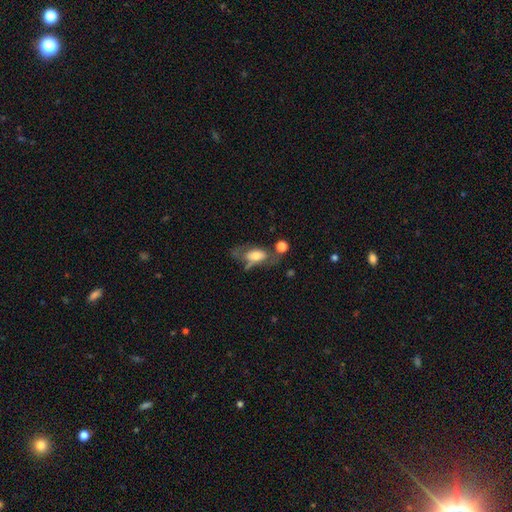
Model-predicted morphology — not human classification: Overall: smooth (54%; featured or disk 38%). How rounded: in between (83%). Merging: none (37%; major disturbance 26%).